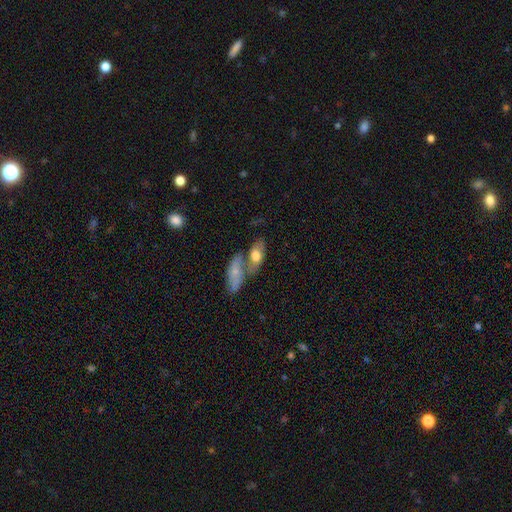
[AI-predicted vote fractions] smooth 64%, featured or disk 30%, star or artifact 6%. Down the decision tree: how rounded — in between (86%); merging — merger (51%).